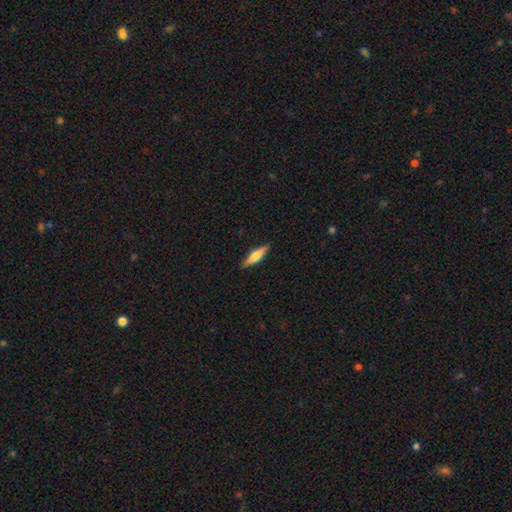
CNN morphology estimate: Smooth or featured? Predicted: smooth (p=0.54). How rounded? Predicted: cigar-shaped (p=0.73). Merging? Predicted: none (p=0.90).